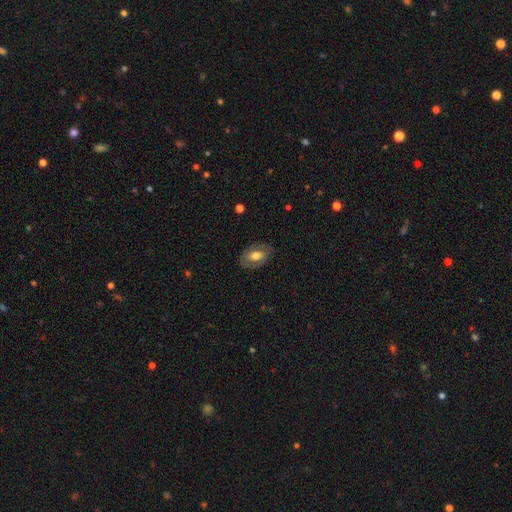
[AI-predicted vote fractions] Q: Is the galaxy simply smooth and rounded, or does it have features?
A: smooth — 52%.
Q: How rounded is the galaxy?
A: in between — 86%.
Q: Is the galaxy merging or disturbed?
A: none — 78%.